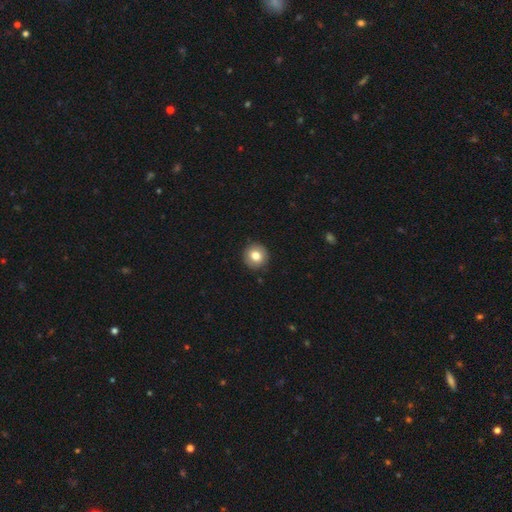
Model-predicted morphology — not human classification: smooth-or-featured: smooth: 80% | featured or disk: 12% | star or artifact: 8%
  how-rounded: round: 92% | in between: 7% | cigar-shaped: 1%
  merging: none: 91% | minor disturbance: 6% | major disturbance: 2% | merger: 1%